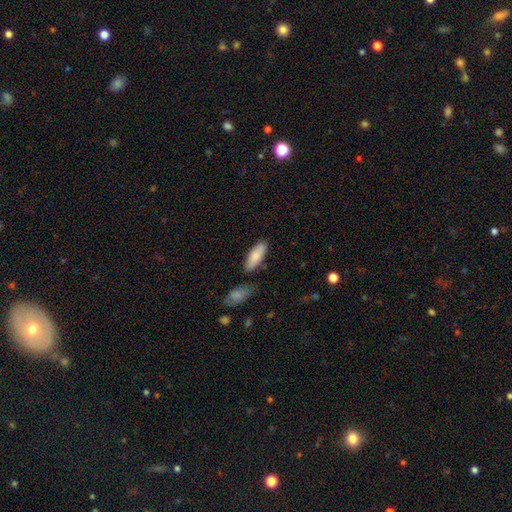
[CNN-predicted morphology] This appears to be a smooth galaxy with no disk features (84%) that is in between round and cigar-shaped (71%). Merging: none (78%).